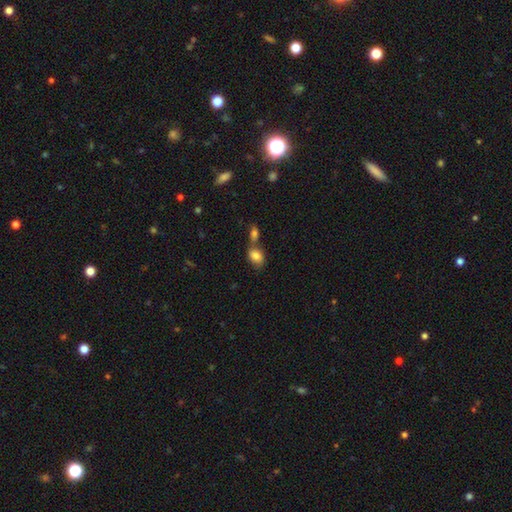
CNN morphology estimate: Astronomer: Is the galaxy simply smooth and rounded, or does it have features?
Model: smooth — 83%.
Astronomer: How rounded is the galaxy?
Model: in between — 74%.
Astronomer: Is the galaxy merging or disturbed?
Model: none — 44% (runner-up: merger, 40%).